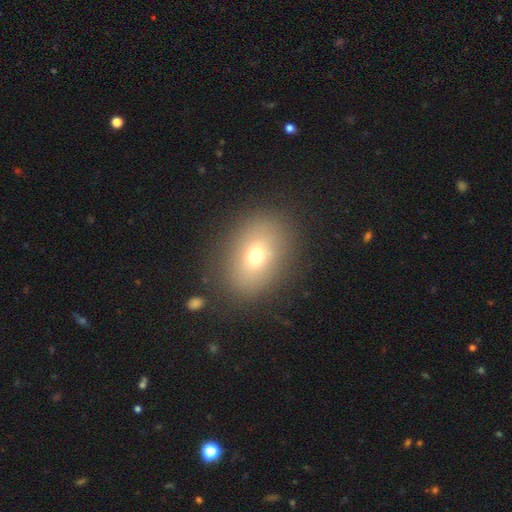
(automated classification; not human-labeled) Smooth or featured?
  - smooth: 67% *
  - featured or disk: 19%
  - star or artifact: 14%
How rounded?
  - in between: 73% *
  - round: 26%
  - cigar-shaped: 1%
Merging?
  - none: 83% *
  - minor disturbance: 11%
  - major disturbance: 5%
  - merger: 2%